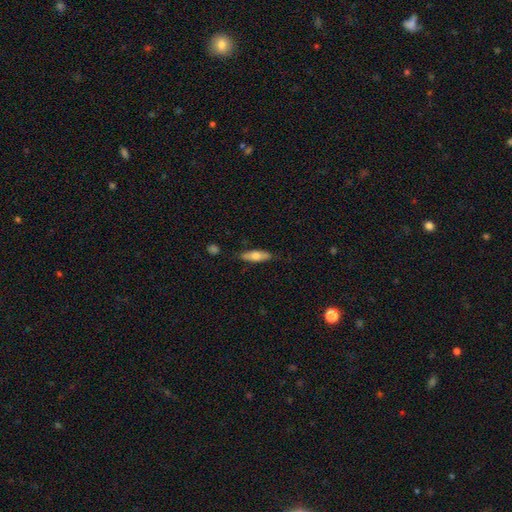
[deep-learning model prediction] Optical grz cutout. It shows a smooth galaxy with no disk features (64%) that is cigar-shaped (56%). Merging: none (81%).